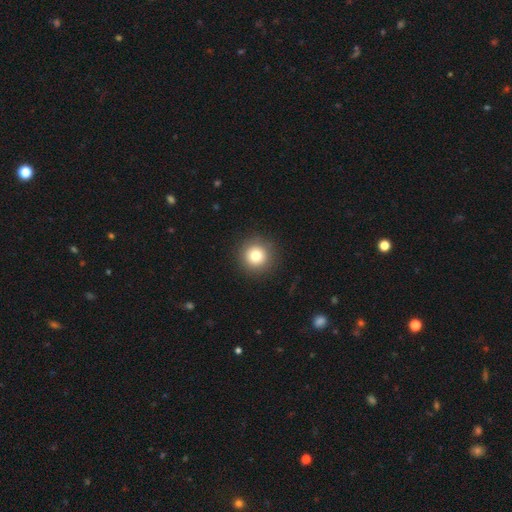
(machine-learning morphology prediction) smooth_or_featured: smooth (p=0.78) [alt: star or artifact p=0.12]
how_rounded: round (p=0.96) [alt: in between p=0.03]
merging: none (p=0.91) [alt: minor disturbance p=0.06]